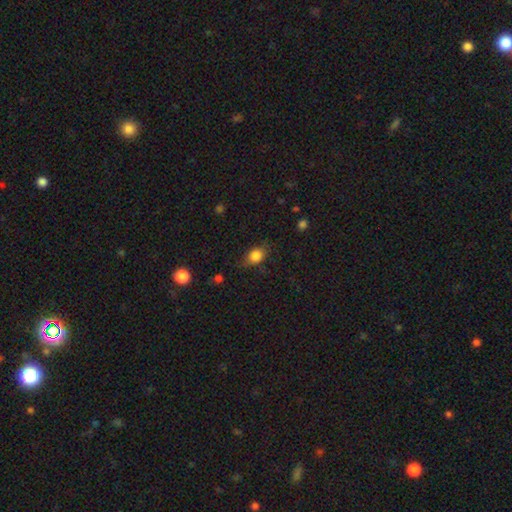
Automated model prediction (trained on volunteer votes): The model was most divided on "how rounded": in between: 59%, round: 38%, cigar-shaped: 3%. More confident: smooth or featured — smooth (81%); merging — none (64%).